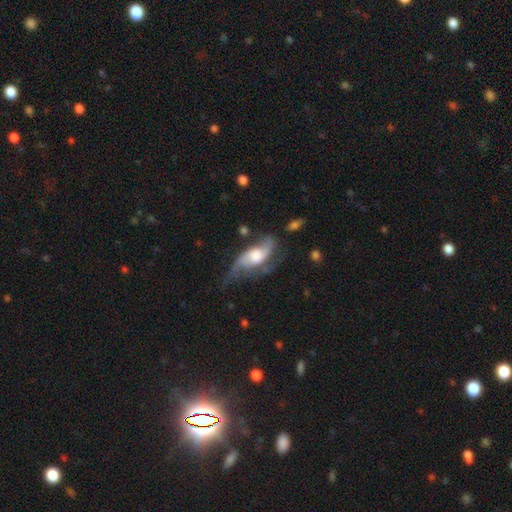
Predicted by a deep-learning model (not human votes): smooth_or_featured: featured or disk (p=0.75) [alt: smooth p=0.19]
disk_edge_on: no (p=0.90) [alt: yes p=0.10]
bar: no (p=0.62) [alt: weak p=0.31]
has_spiral_arms: yes (p=0.91) [alt: no p=0.09]
spiral_winding: loose (p=0.50) [alt: medium p=0.37]
spiral_arm_count: 2 (p=0.75) [alt: can't tell p=0.09]
bulge_size: moderate (p=0.41) [tied with: large p=0.41]
merging: none (p=0.41) [alt: minor disturbance p=0.28]